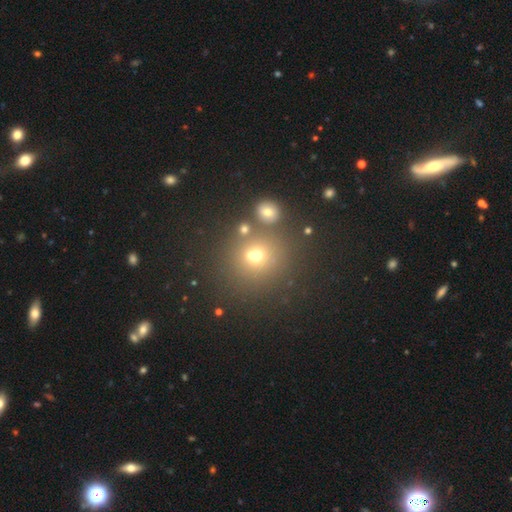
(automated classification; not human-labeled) This is likely a smooth galaxy (64%). How rounded: clearly round (83%). Merging: likely none (66%).